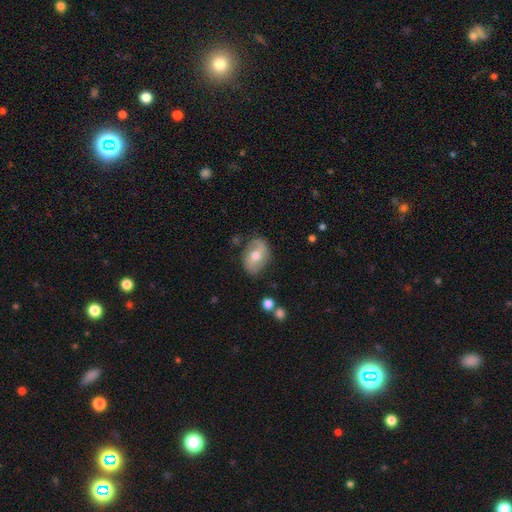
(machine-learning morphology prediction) Smooth or featured: featured or disk — 50% (smooth — 43%)
Merging: none — 77% (minor disturbance — 17%)